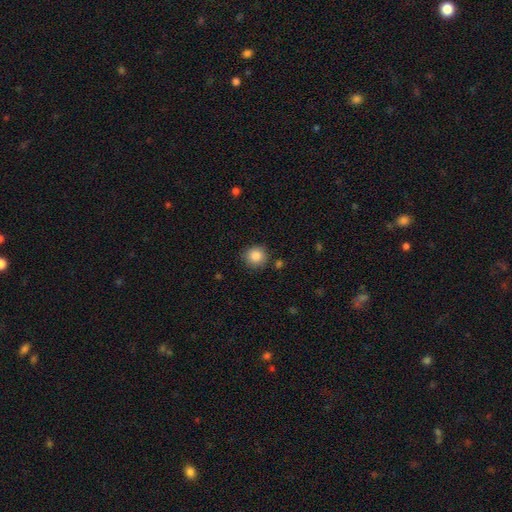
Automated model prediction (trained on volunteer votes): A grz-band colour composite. It shows a smooth galaxy with no disk features (86%) that is round (92%). Merging: none (86%).